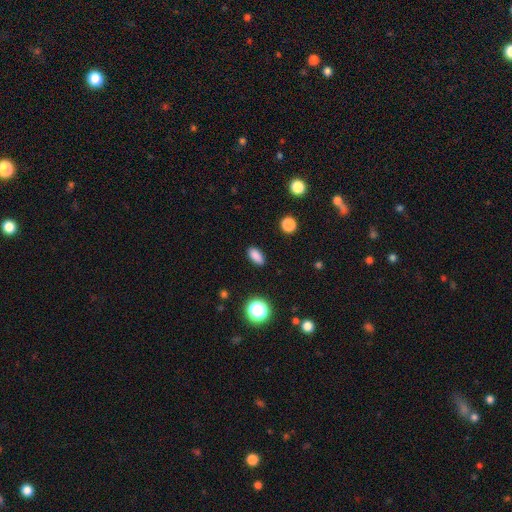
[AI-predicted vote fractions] Morphology: type=smooth (85%); roundness=in between (85%); merging=none (89%).